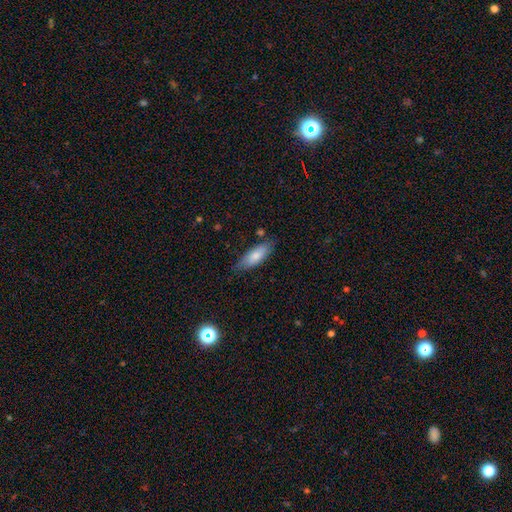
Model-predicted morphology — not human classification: Overall: smooth (78%). How rounded: in between (67%; cigar-shaped 31%). Merging: none (74%).